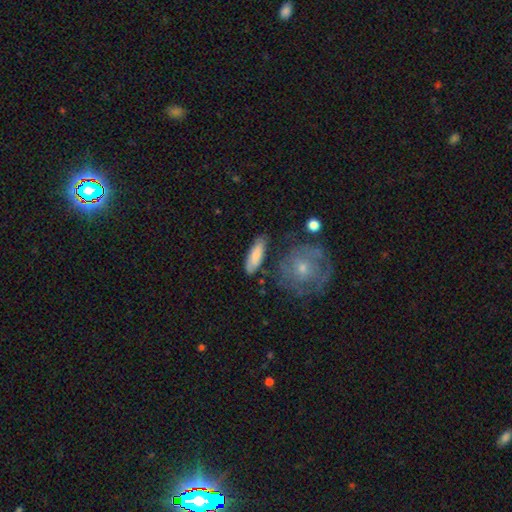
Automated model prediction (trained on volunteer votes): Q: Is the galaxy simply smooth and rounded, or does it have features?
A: smooth — 78%.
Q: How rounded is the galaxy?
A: in between — 52%.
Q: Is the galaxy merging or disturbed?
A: none — 76%.